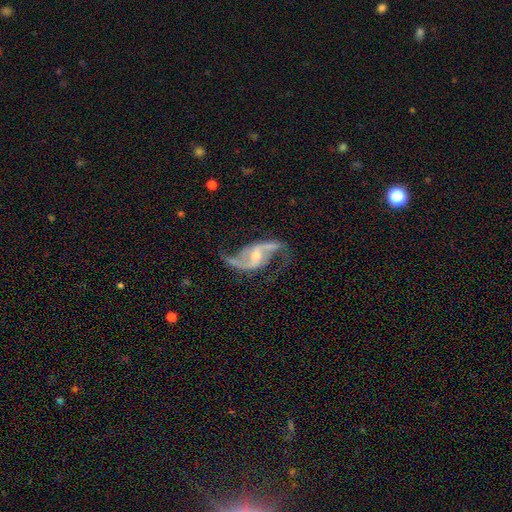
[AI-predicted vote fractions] smooth_or_featured: featured or disk (p=0.92) [alt: star or artifact p=0.05]
disk_edge_on: no (p=0.97) [alt: yes p=0.03]
bar: no (p=0.41) [alt: weak p=0.36]
has_spiral_arms: yes (p=0.97) [alt: no p=0.03]
spiral_winding: loose (p=0.67) [alt: medium p=0.27]
spiral_arm_count: 2 (p=0.94) [alt: can't tell p=0.02]
bulge_size: moderate (p=0.49) [alt: small p=0.47]
merging: none (p=0.74) [alt: minor disturbance p=0.15]